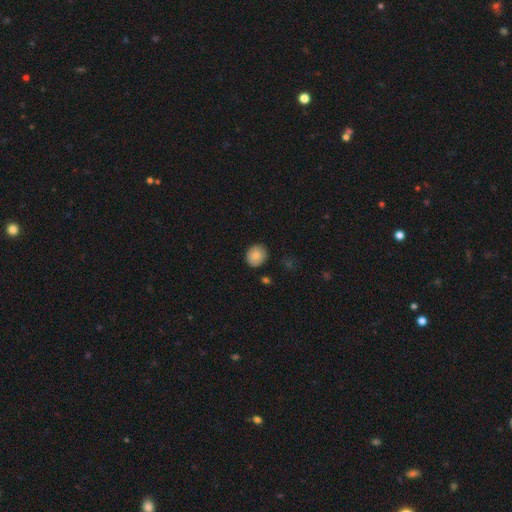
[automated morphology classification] This is clearly a smooth galaxy (81%). How rounded: likely round (74%). Merging: clearly none (83%).